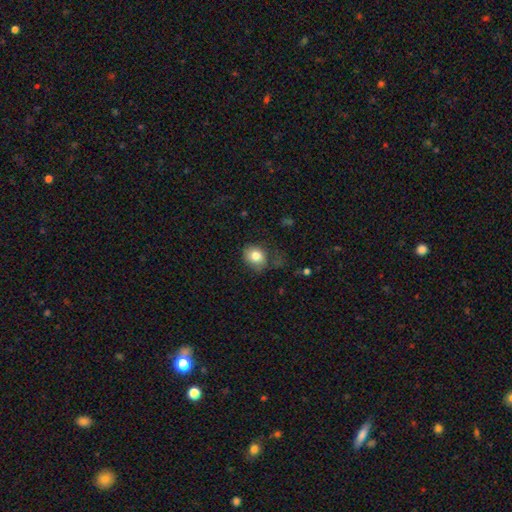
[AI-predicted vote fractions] smooth_or_featured: smooth (p=0.81) [alt: featured or disk p=0.10]
how_rounded: round (p=0.59) [alt: in between p=0.40]
merging: none (p=0.58) [alt: minor disturbance p=0.26]